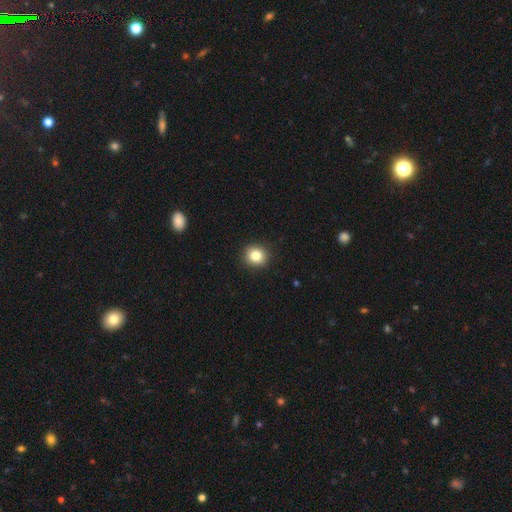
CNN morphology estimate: Q: Smooth or featured?
A: smooth (83%); runner-up: star or artifact (11%)
Q: How rounded?
A: round (86%); runner-up: in between (13%)
Q: Merging?
A: none (91%); runner-up: minor disturbance (6%)